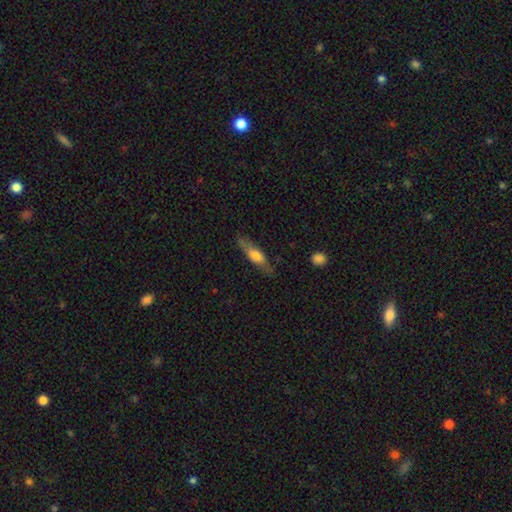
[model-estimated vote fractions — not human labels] smooth 52%, featured or disk 42%, star or artifact 6%. Down the decision tree: how rounded — cigar-shaped (68%); merging — none (77%).